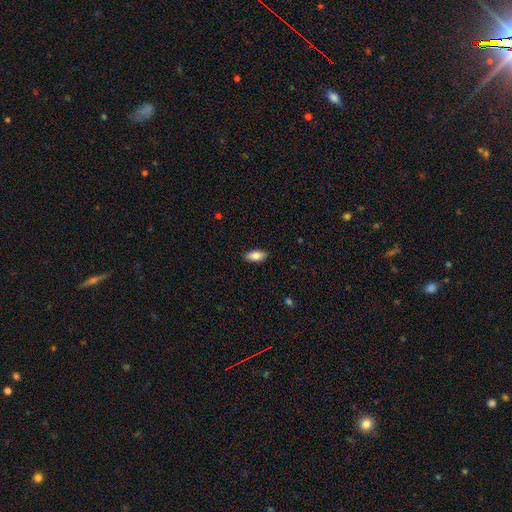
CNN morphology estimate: A smooth galaxy with no disk features (84%) that is in between round and cigar-shaped (87%).

Vote fractions:
- Smooth or featured? smooth: 84% / featured or disk: 9% / star or artifact: 7%
- How rounded? in between: 87% / cigar-shaped: 11% / round: 2%
- Merging? none: 89% / minor disturbance: 9% / major disturbance: 2% / merger: 1%